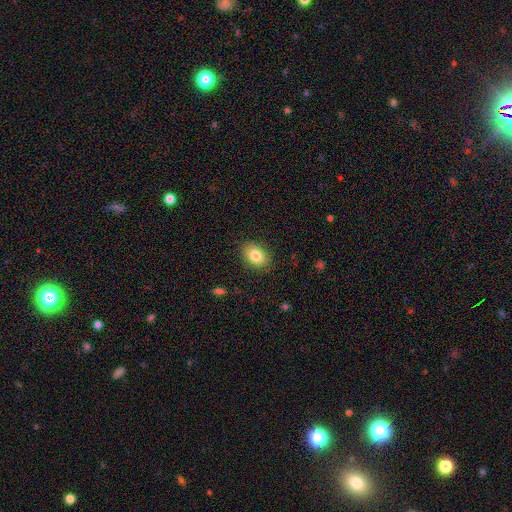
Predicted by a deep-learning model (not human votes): A smooth galaxy with no disk features (83%) that is in between round and cigar-shaped (75%). Merging: none (87%).